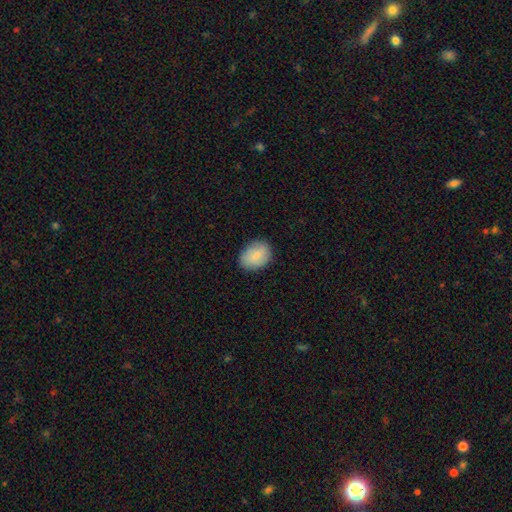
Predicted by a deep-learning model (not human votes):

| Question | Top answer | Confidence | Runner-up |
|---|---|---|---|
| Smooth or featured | smooth | 84% | featured or disk (10%) |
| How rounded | in between | 73% | round (26%) |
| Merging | none | 84% | minor disturbance (12%) |